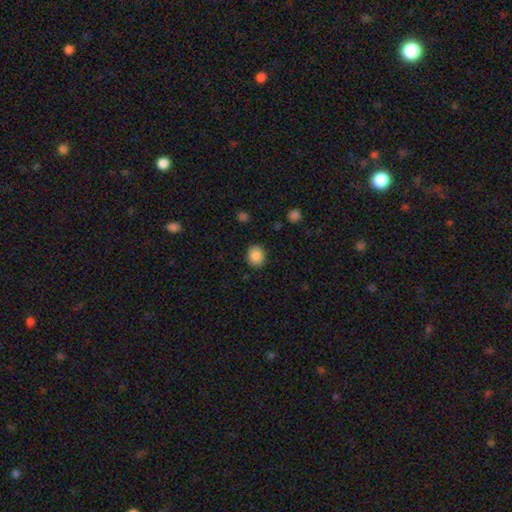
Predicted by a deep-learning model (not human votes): Smooth or featured: smooth — 86% (star or artifact — 9%)
How rounded: round — 73% (in between — 26%)
Merging: none — 88% (minor disturbance — 9%)